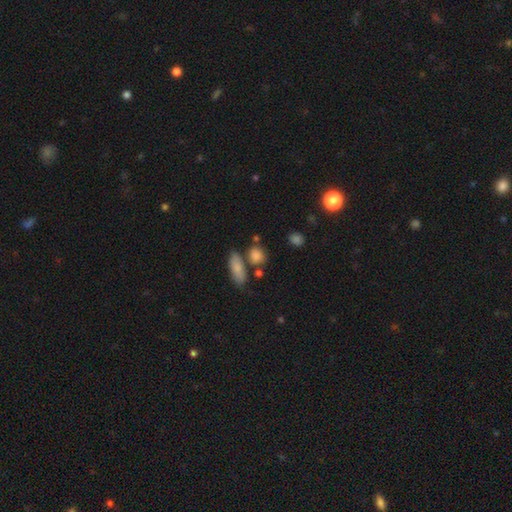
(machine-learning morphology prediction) Overall: smooth (84%). How rounded: round (55%; in between 39%). Merging: none (65%).